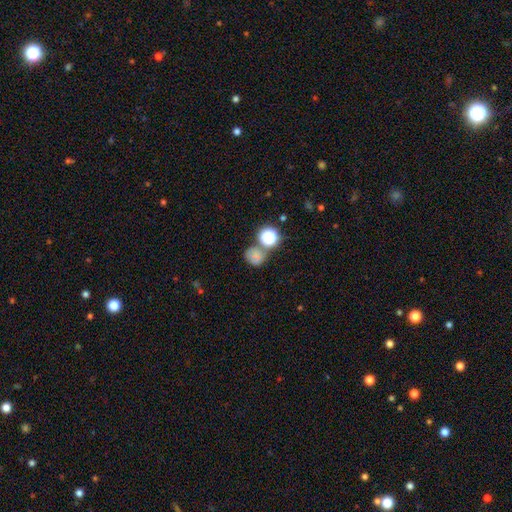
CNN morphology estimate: Smooth or featured? Predicted: smooth (p=0.67). How rounded? Predicted: round (p=0.79). Merging? Predicted: none (p=0.58).